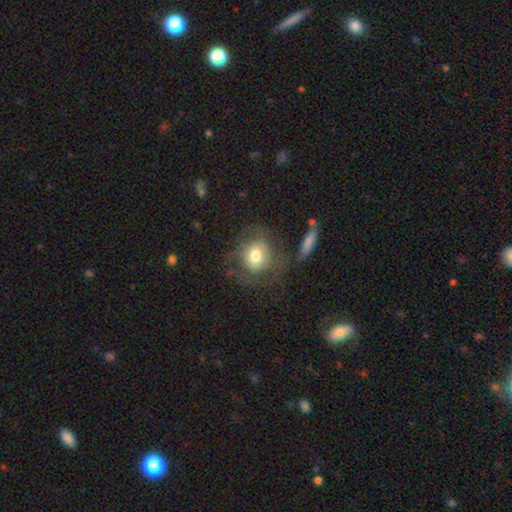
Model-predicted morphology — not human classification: This is likely a smooth galaxy (63%). How rounded: likely round (76%). Merging: possibly none (55%).